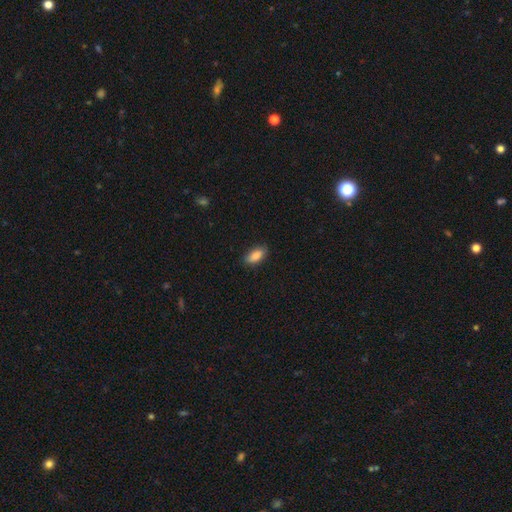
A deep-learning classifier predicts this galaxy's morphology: type=smooth (86%); roundness=in between (89%); merging=none (85%).